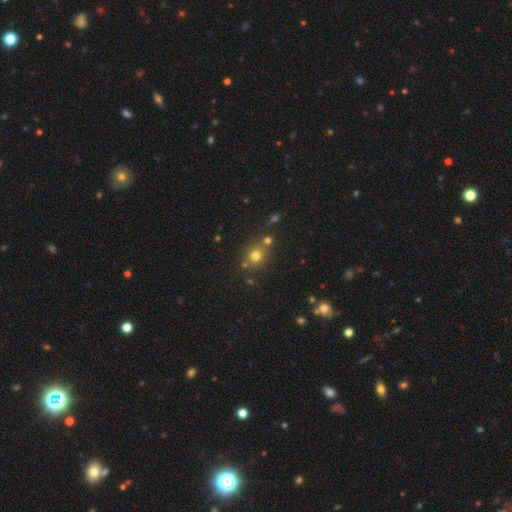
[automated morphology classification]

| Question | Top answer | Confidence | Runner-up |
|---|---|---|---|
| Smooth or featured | smooth | 71% | star or artifact (19%) |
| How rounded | round | 80% | in between (19%) |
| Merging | none | 68% | merger (18%) |